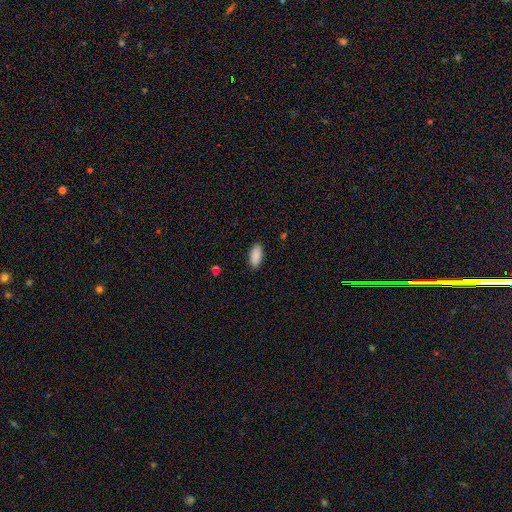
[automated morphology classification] smooth_or_featured: smooth (p=0.90) [alt: star or artifact p=0.07]
how_rounded: in between (p=0.90) [alt: cigar-shaped p=0.08]
merging: none (p=0.89) [alt: minor disturbance p=0.08]